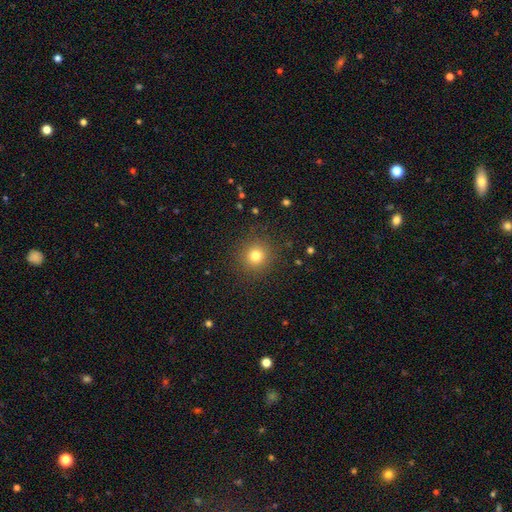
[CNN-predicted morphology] smooth-or-featured: smooth: 78% | star or artifact: 15% | featured or disk: 7%
  how-rounded: round: 92% | in between: 7% | cigar-shaped: 1%
  merging: none: 89% | minor disturbance: 7% | major disturbance: 3% | merger: 1%